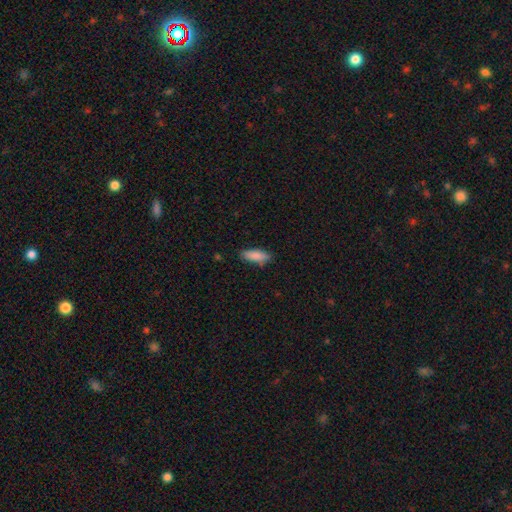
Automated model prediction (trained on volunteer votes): Overall: smooth (87%). How rounded: in between (68%; cigar-shaped 30%). Merging: none (80%).